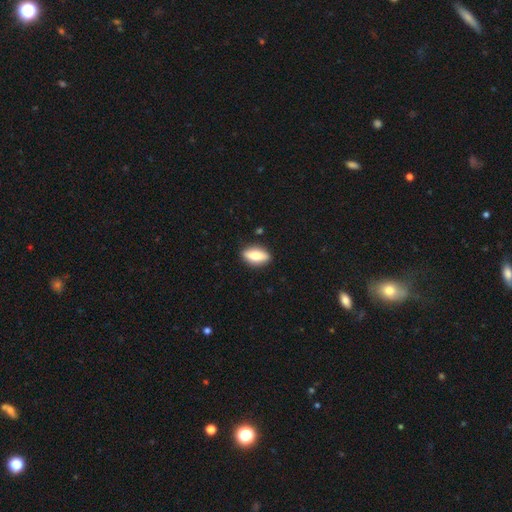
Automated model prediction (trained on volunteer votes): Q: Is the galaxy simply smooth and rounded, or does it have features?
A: smooth — 71%.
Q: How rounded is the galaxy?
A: in between — 77%.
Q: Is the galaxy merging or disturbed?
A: none — 86%.